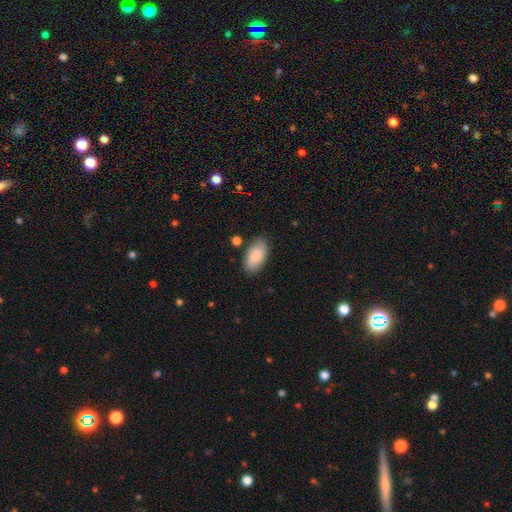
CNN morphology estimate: Smooth or featured? Predicted: smooth (p=0.85). How rounded? Predicted: in between (p=0.95). Merging? Predicted: none (p=0.79).